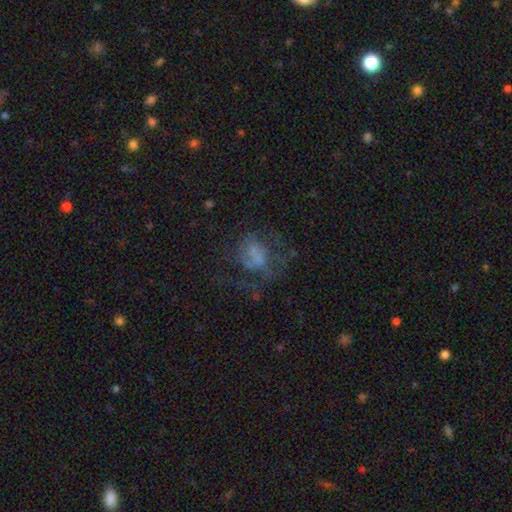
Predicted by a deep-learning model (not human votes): A featured or disk galaxy (49%).

Vote fractions:
- Smooth or featured? featured or disk: 49% / smooth: 34% / star or artifact: 17%
- Merging? major disturbance: 44% / none: 35% / minor disturbance: 17% / merger: 3%